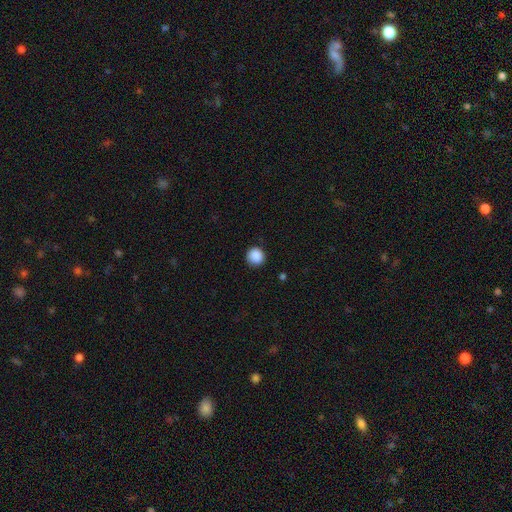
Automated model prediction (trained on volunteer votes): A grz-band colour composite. It shows a smooth galaxy with no disk features (89%) that is round (94%). Merging: none (90%).